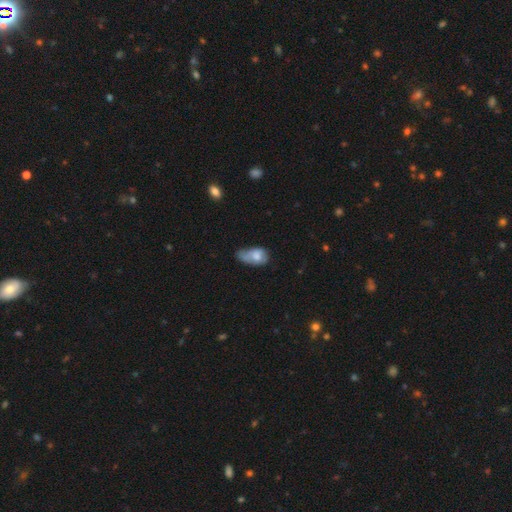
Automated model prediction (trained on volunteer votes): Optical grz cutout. It shows a smooth galaxy with no disk features (66%) that is in between round and cigar-shaped (86%). Merging: minor disturbance (38%).